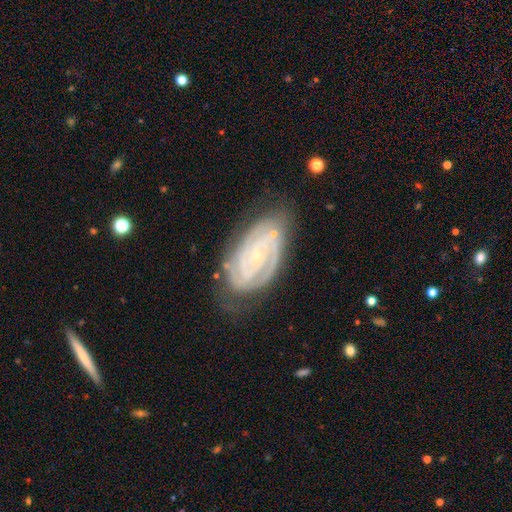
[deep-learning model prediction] This appears to be a featured or disk galaxy (89%) with no bar (59%), 2 (46%) tight (77%) spiral arms (98%) and a small central bulge (84%). Merging: none (69%).